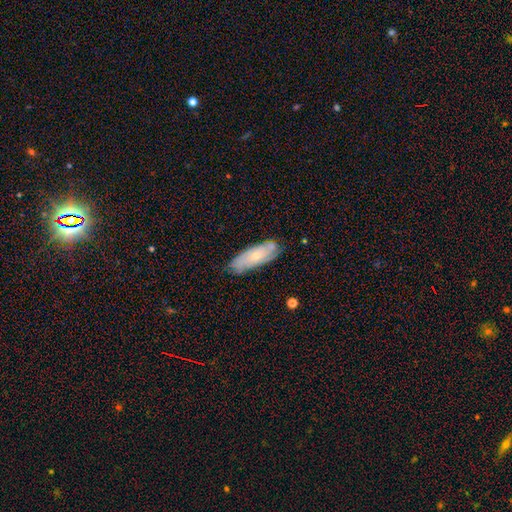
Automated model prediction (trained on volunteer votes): This is possibly a featured or disk galaxy (56%). It is clearly not viewed edge-on (82%). Merging: likely none (73%).